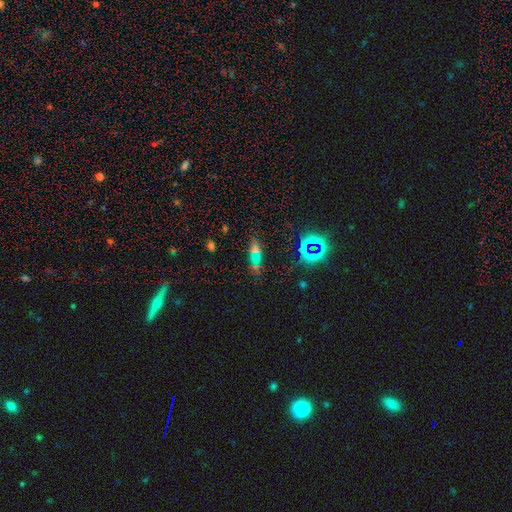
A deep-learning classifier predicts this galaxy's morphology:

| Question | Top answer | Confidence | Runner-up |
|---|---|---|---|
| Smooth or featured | smooth | 46% | star or artifact (38%) |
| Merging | none | 70% | minor disturbance (14%) |